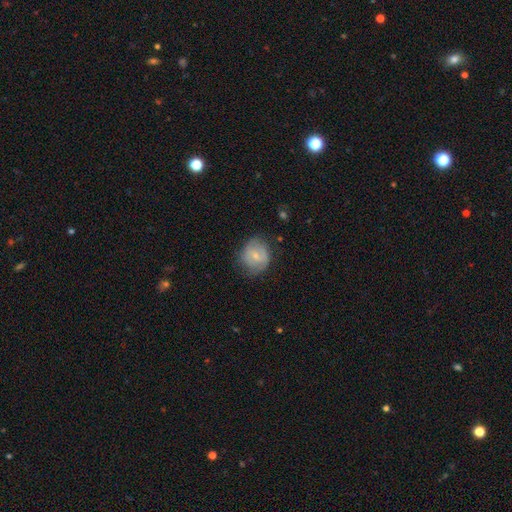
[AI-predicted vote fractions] Morphology: type=smooth (59%); roundness=round (75%); merging=none (63%).